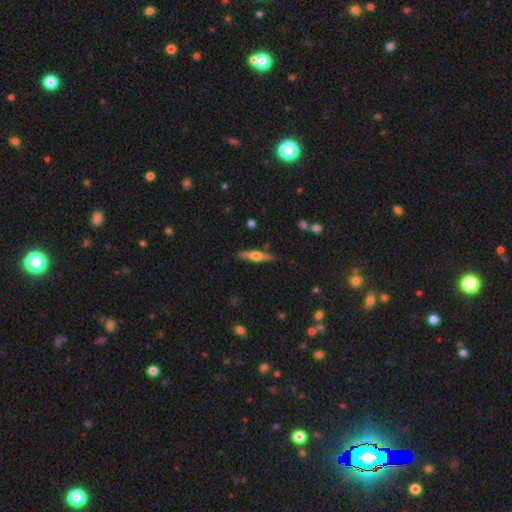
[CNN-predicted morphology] Overall: featured or disk (68%). Edge-on disk: yes (97%). Edge-on bulge: rounded (92%). Merging: none (87%).